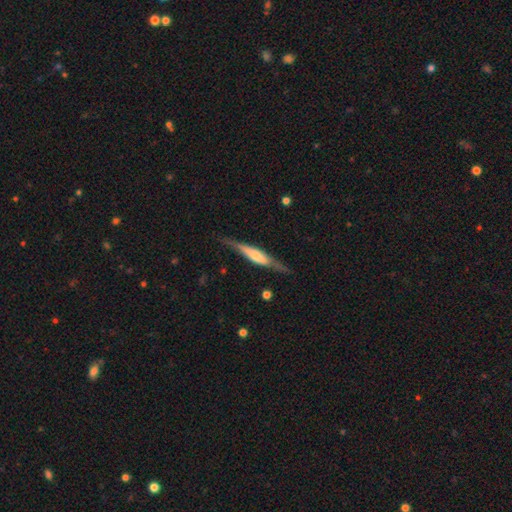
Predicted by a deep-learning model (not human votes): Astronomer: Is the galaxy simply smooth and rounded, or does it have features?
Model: featured or disk — 61%.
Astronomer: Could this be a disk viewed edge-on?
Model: yes — 92%.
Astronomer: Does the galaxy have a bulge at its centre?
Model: rounded — 51% (runner-up: boxy, 35%).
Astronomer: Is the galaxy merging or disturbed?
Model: none — 77%.